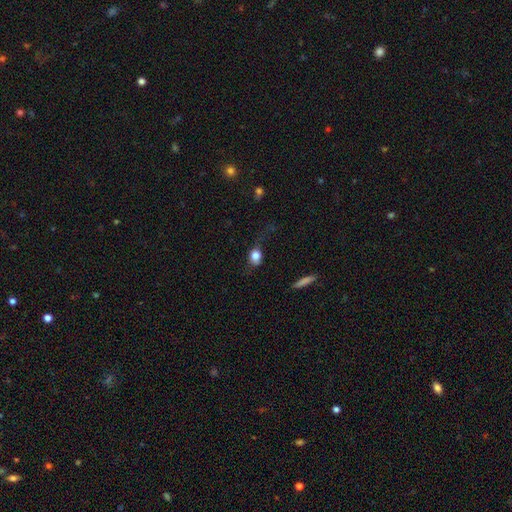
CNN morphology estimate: type=smooth (78%); roundness=in between (52%); merging=none (37%).